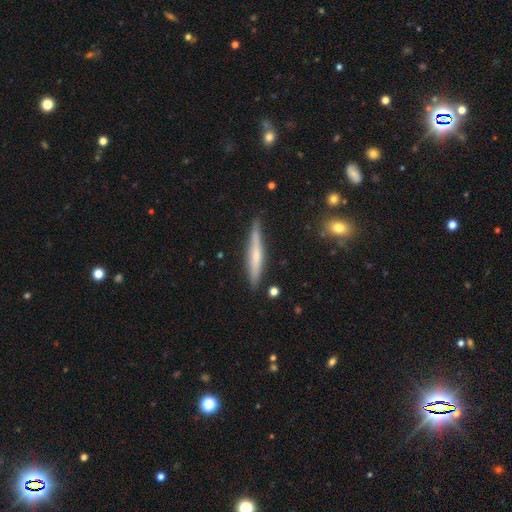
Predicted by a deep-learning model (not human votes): Smooth or featured: featured or disk — 50% (smooth — 44%)
Merging: none — 81% (minor disturbance — 15%)